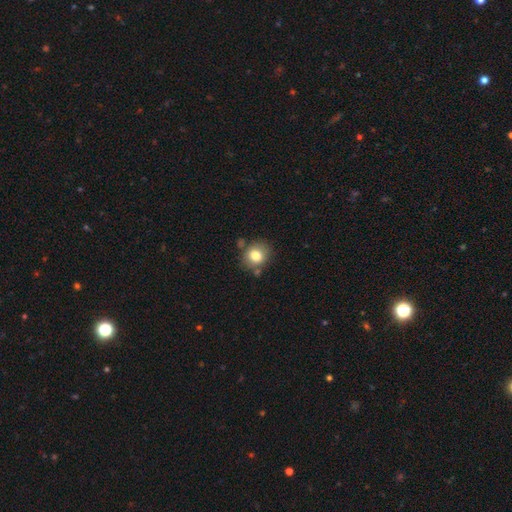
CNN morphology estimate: Smooth or featured?
  - smooth: 78% *
  - featured or disk: 12%
  - star or artifact: 10%
How rounded?
  - round: 74% *
  - in between: 25%
  - cigar-shaped: 1%
Merging?
  - none: 73% *
  - minor disturbance: 15%
  - merger: 8%
  - major disturbance: 4%